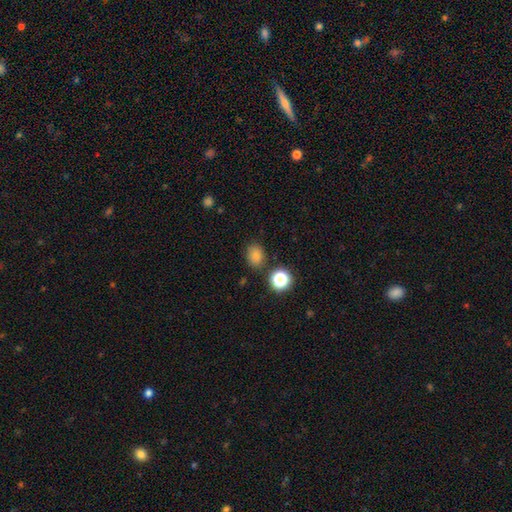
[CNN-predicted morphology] Smooth or featured? smooth (77%)
How rounded? in between (52%)
Merging? none (81%)